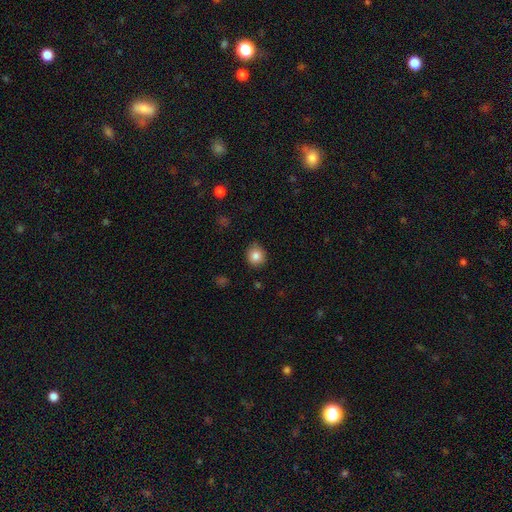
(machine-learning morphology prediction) Smooth or featured?
  - smooth: 84% *
  - star or artifact: 10%
  - featured or disk: 6%
How rounded?
  - round: 84% *
  - in between: 15%
  - cigar-shaped: 1%
Merging?
  - none: 84% *
  - minor disturbance: 13%
  - major disturbance: 2%
  - merger: 1%